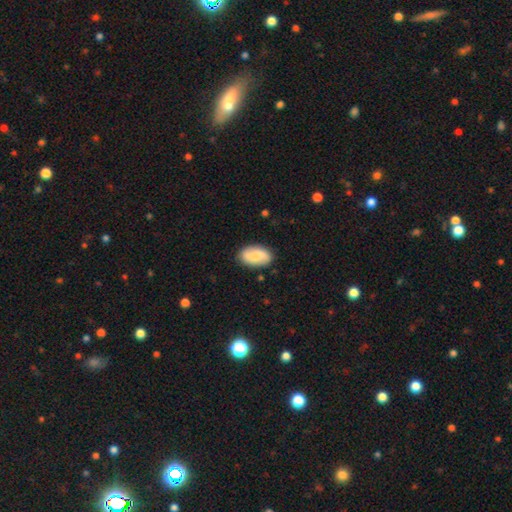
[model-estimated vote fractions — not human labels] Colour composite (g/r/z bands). It shows a smooth galaxy with no disk features (52%) that is in between round and cigar-shaped (92%). Merging: none (85%).